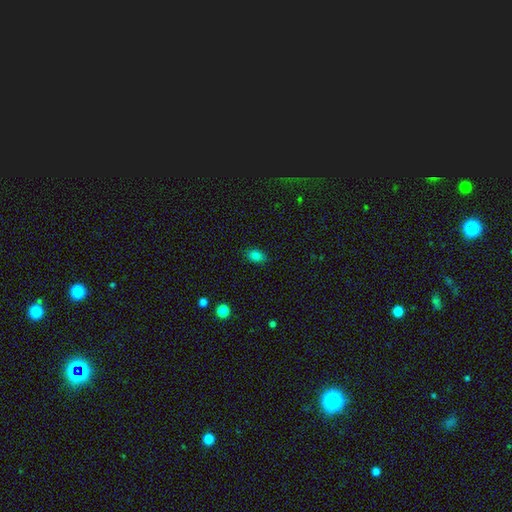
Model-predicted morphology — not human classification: This is clearly a smooth galaxy (81%). How rounded: clearly in between (82%). Merging: clearly none (85%).